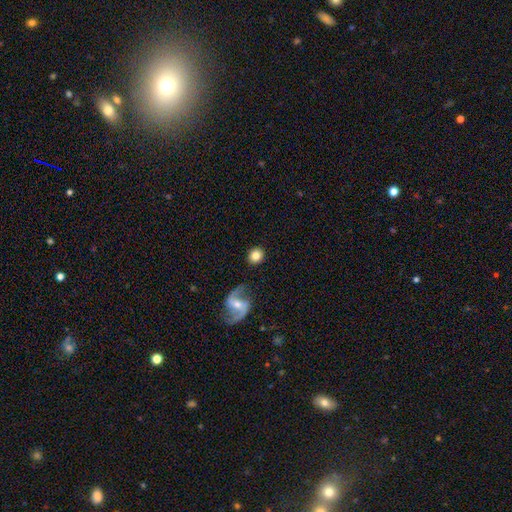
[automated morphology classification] A smooth galaxy with no disk features (76%) that is round (86%).

Vote fractions:
- Smooth or featured? smooth: 76% / featured or disk: 16% / star or artifact: 8%
- How rounded? round: 86% / in between: 13% / cigar-shaped: 1%
- Merging? none: 85% / minor disturbance: 8% / merger: 3% / major disturbance: 3%